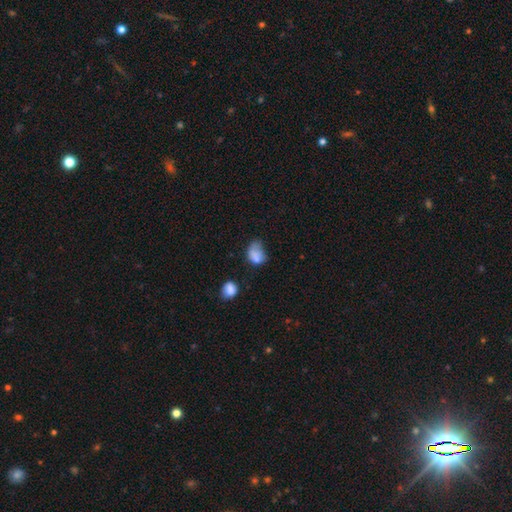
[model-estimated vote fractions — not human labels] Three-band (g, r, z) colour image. It shows a smooth galaxy with no disk features (75%) that is in between round and cigar-shaped (68%). Merging: minor disturbance (33%).